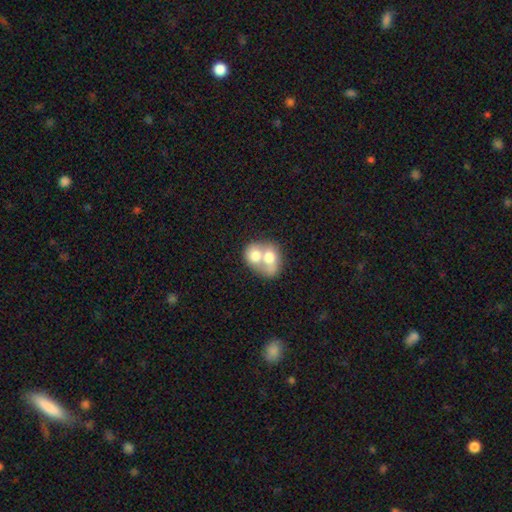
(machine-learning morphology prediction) Overall: smooth (65%; featured or disk 28%). How rounded: in between (54%; round 45%). Merging: merger (77%).